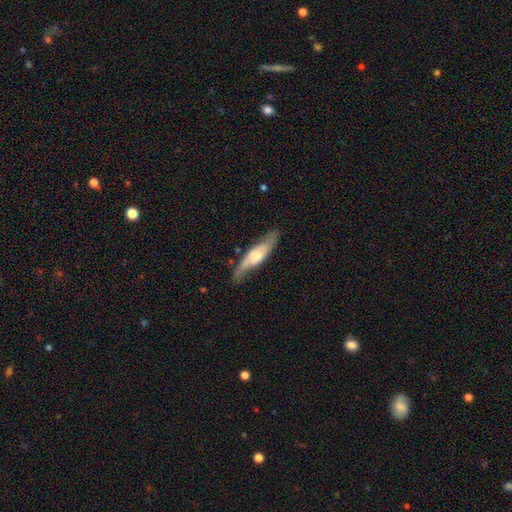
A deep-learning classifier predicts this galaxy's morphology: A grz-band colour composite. It shows a featured or disk galaxy (59%) viewed edge-on (53%). Merging: none (72%).